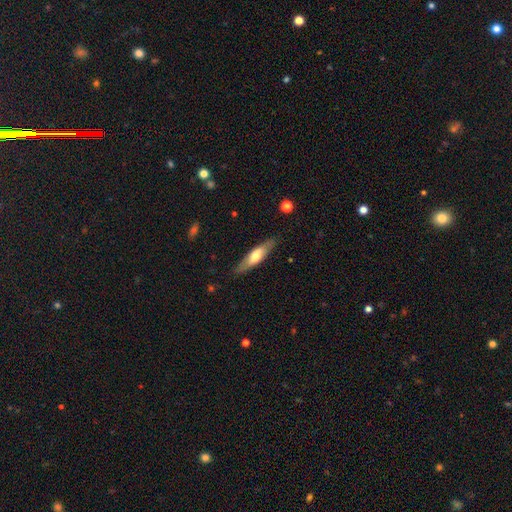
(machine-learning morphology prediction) A smooth galaxy with no disk features (53%) that is cigar-shaped (67%). Merging: none (85%).